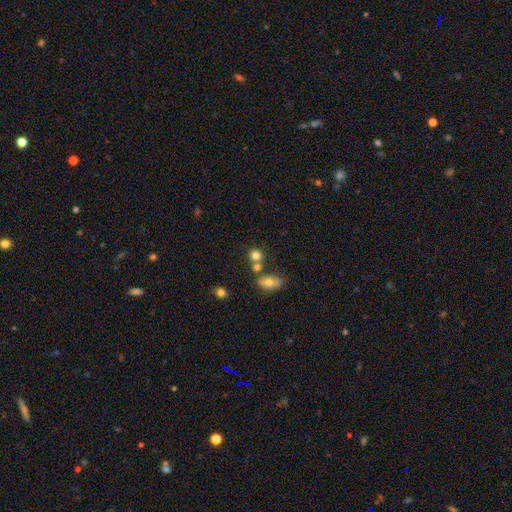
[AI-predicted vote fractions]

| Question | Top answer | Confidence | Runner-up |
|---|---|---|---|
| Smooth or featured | smooth | 78% | star or artifact (12%) |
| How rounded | round | 74% | in between (25%) |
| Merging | none | 53% | merger (32%) |